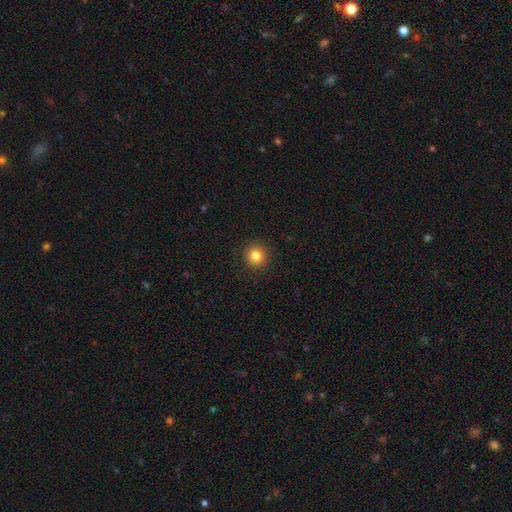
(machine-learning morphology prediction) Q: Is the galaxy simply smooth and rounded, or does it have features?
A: smooth — 83%.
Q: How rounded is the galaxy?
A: round — 94%.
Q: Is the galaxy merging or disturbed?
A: none — 92%.